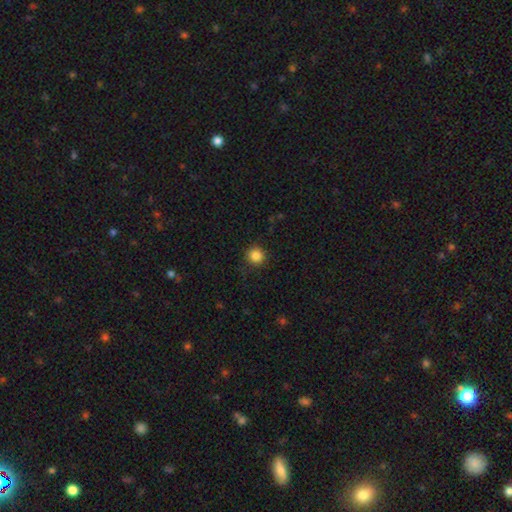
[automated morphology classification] smooth 85%, star or artifact 11%, featured or disk 4%. Down the decision tree: how rounded — round (94%); merging — none (89%).